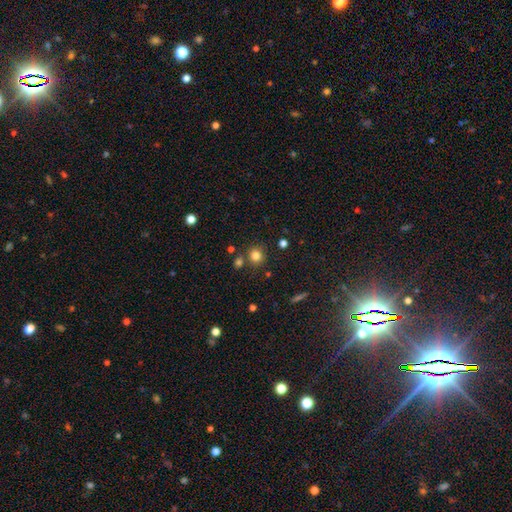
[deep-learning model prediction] Morphology: type=smooth (81%); roundness=round (89%); merging=none (81%).